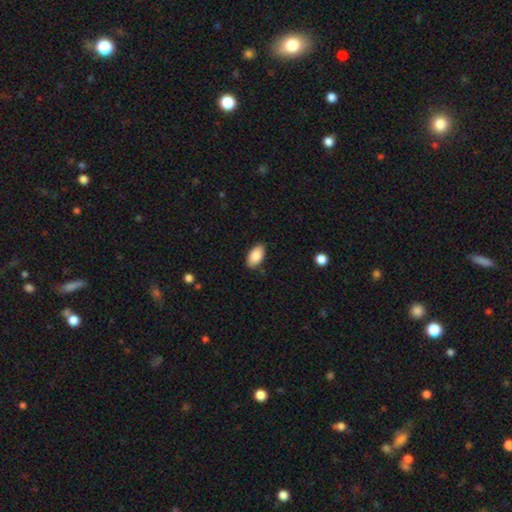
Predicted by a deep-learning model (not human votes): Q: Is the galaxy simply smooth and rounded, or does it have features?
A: smooth — 89%.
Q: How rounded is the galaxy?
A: in between — 94%.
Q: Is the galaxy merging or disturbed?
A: none — 85%.